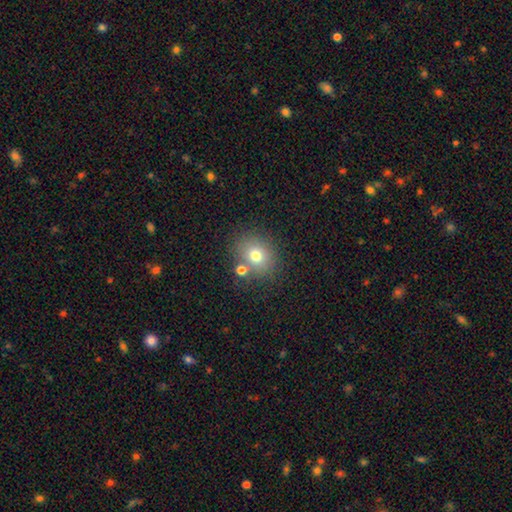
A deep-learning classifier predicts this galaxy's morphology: type=smooth (73%); roundness=round (66%); merging=none (69%).